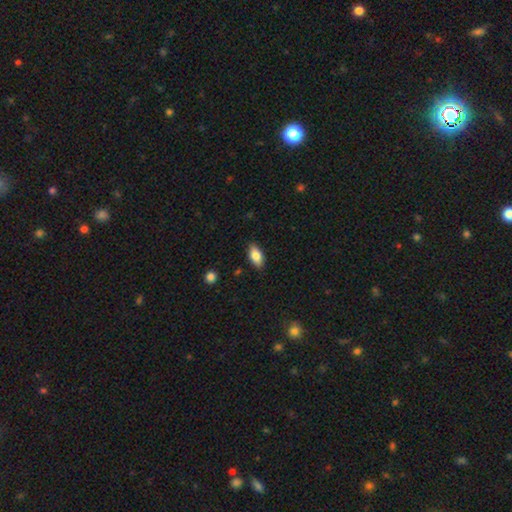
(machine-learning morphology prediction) Smooth or featured?
  - smooth: 82% *
  - featured or disk: 11%
  - star or artifact: 7%
How rounded?
  - in between: 89% *
  - cigar-shaped: 8%
  - round: 3%
Merging?
  - none: 86% *
  - minor disturbance: 10%
  - major disturbance: 2%
  - merger: 1%